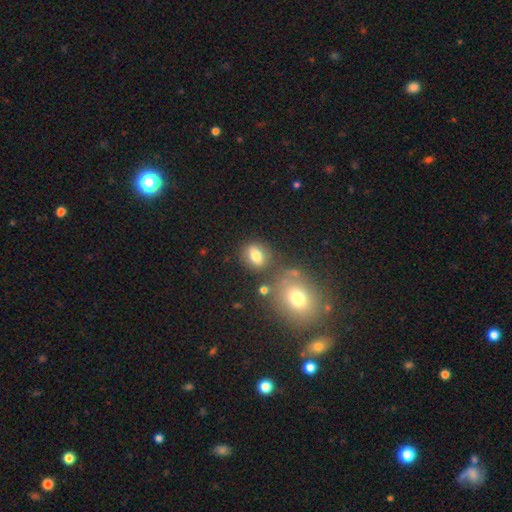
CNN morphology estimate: Smooth or featured? smooth (75%)
How rounded? in between (61%)
Merging? none (74%)